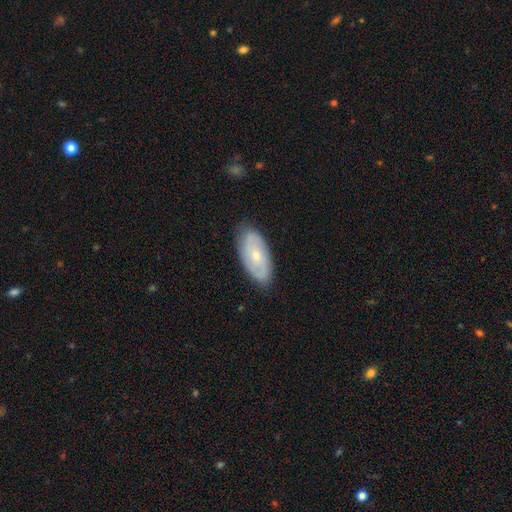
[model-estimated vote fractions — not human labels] Overall: featured or disk (58%; smooth 36%). Edge-on disk: no (90%). Bar: no (70%). Spiral arms: yes (73%). Bulge size: small (58%; moderate 38%). Merging: none (82%).